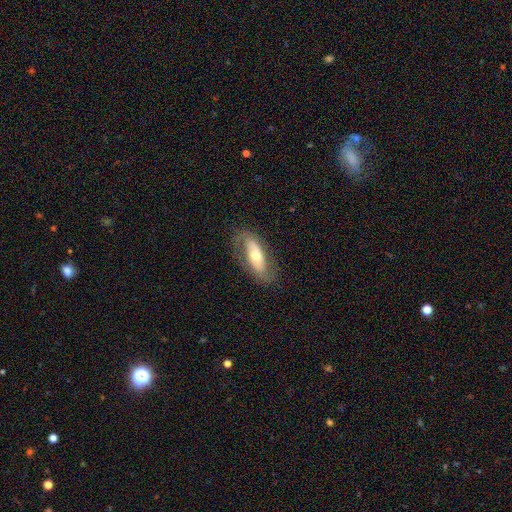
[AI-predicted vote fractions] Smooth or featured: featured or disk — 60% (smooth — 34%)
Edge-on disk: no — 83% (yes — 17%)
Merging: none — 74% (minor disturbance — 17%)